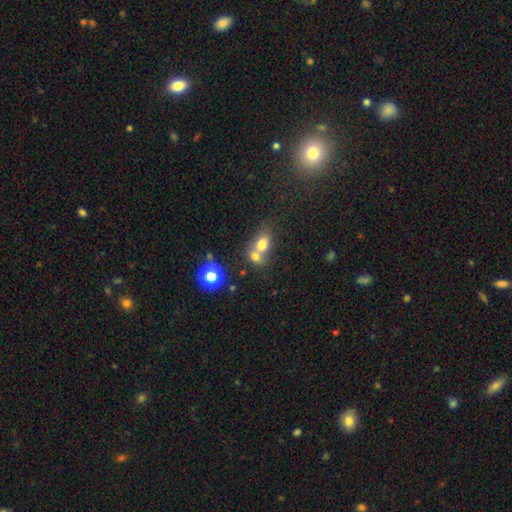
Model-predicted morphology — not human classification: A smooth galaxy with no disk features (63%) that is round (58%). Merging: merger (47%).